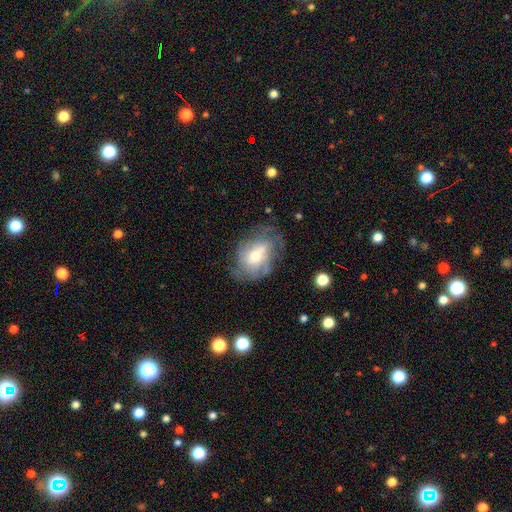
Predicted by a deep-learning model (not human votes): This is possibly a featured or disk galaxy (54%). It is clearly not viewed edge-on (95%). Bar: likely no (62%). Spiral arm pattern: likely yes (61%). Central bulge: possibly moderate (56%). Merging: possibly none (53%).